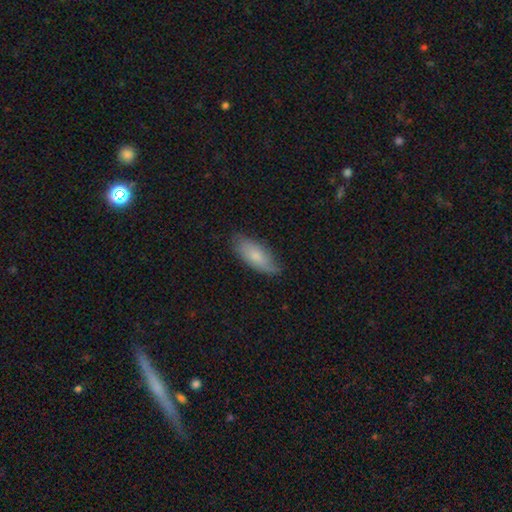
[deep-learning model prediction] Smooth or featured? Predicted: smooth (p=0.74). How rounded? Predicted: in between (p=0.77). Merging? Predicted: none (p=0.76).